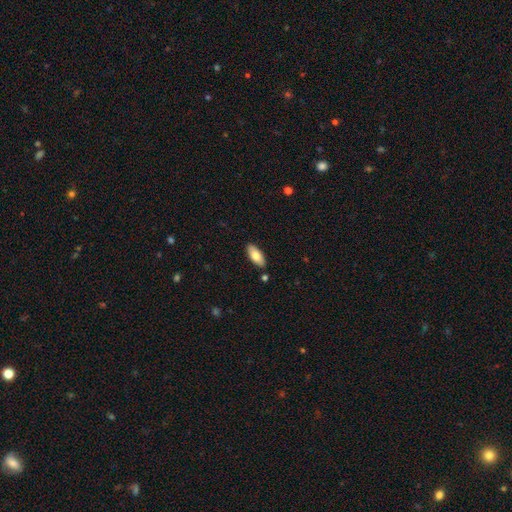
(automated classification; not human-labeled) Smooth or featured? Predicted: smooth (p=0.77). How rounded? Predicted: in between (p=0.85). Merging? Predicted: none (p=0.87).